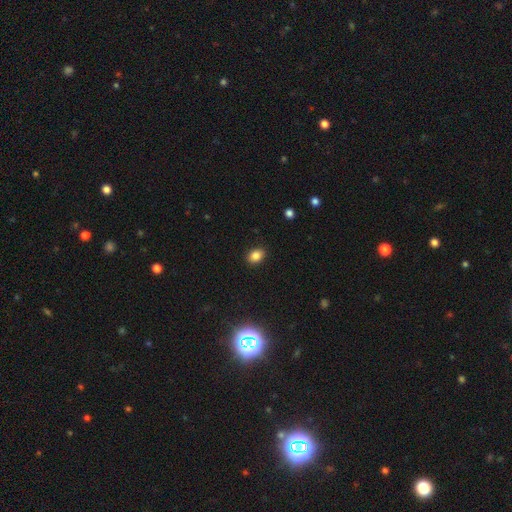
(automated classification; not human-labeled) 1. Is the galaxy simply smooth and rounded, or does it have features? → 84% smooth, 11% star or artifact, 5% featured or disk.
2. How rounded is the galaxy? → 63% in between, 36% round, 1% cigar-shaped.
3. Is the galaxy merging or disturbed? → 89% none, 8% minor disturbance, 2% major disturbance, 1% merger.